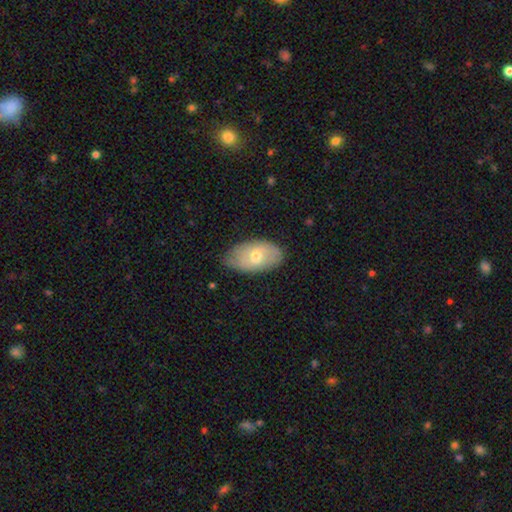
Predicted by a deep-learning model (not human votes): Smooth or featured: smooth — 62% (featured or disk — 31%)
How rounded: in between — 93% (round — 5%)
Merging: none — 72% (minor disturbance — 23%)